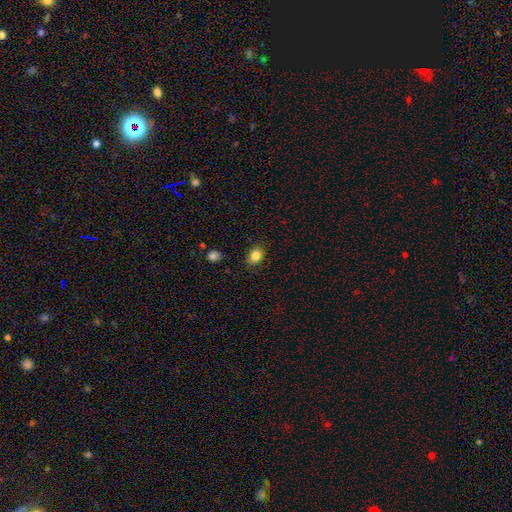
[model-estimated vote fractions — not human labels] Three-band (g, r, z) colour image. It shows a smooth galaxy with no disk features (84%) that is in between round and cigar-shaped (64%). Merging: none (86%).